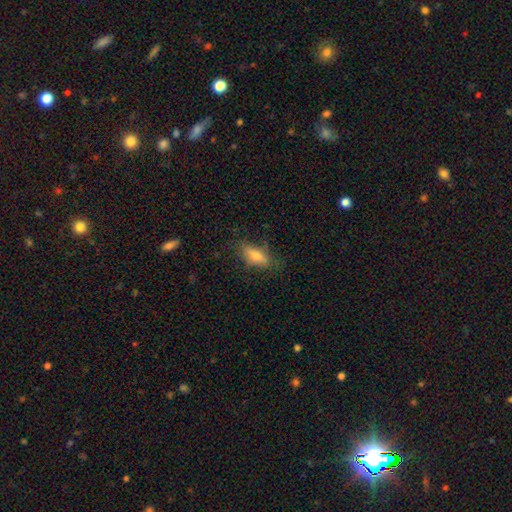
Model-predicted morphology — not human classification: A smooth galaxy with no disk features (69%) that is in between round and cigar-shaped (66%). Merging: none (71%).